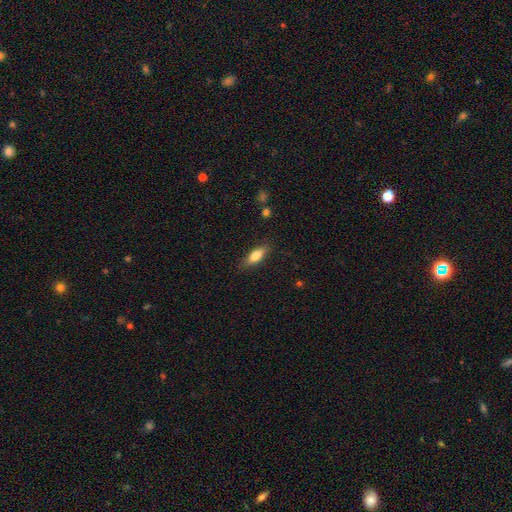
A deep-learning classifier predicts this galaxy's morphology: smooth-or-featured: smooth: 73% | featured or disk: 20% | star or artifact: 7%
  how-rounded: in between: 62% | cigar-shaped: 36% | round: 3%
  merging: none: 83% | minor disturbance: 13% | major disturbance: 3% | merger: 1%